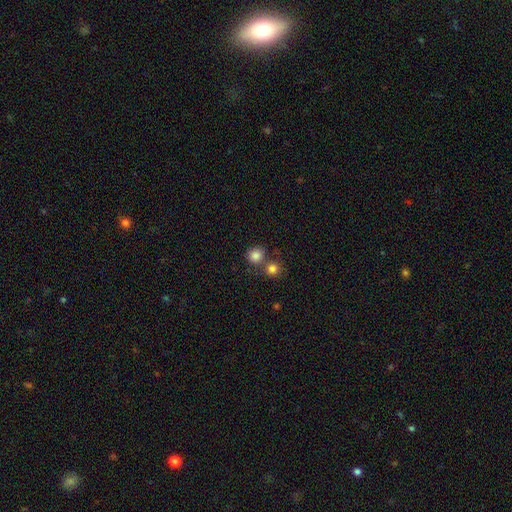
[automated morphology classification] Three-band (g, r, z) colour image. It shows a smooth galaxy with no disk features (84%) that is round (85%). Merging: none (60%).